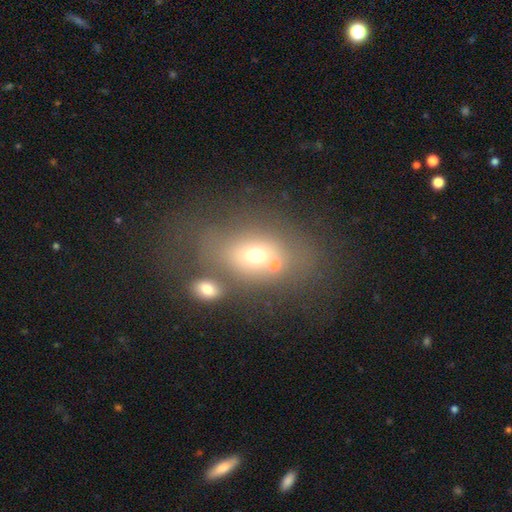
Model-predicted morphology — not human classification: The model was most divided on "merging": none: 40%, merger: 32%, minor disturbance: 15%, major disturbance: 13%. More confident: how rounded — in between (69%); smooth or featured — smooth (56%).